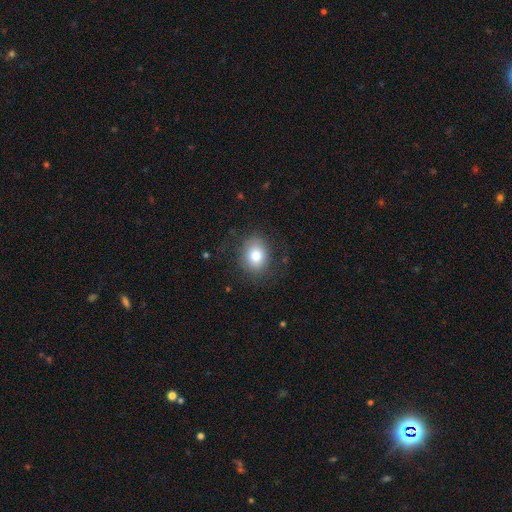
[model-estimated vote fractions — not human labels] This is likely a smooth galaxy (77%). How rounded: possibly round (57%). Merging: clearly none (81%).